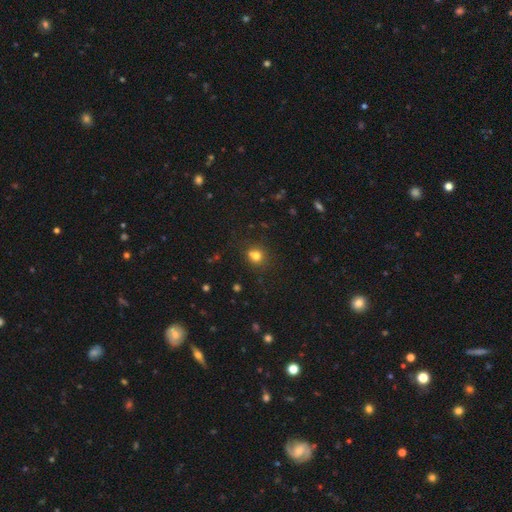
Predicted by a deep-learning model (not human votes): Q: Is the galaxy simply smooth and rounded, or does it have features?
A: smooth — 75%.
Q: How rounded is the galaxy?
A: round — 78%.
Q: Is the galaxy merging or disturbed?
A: none — 63%.